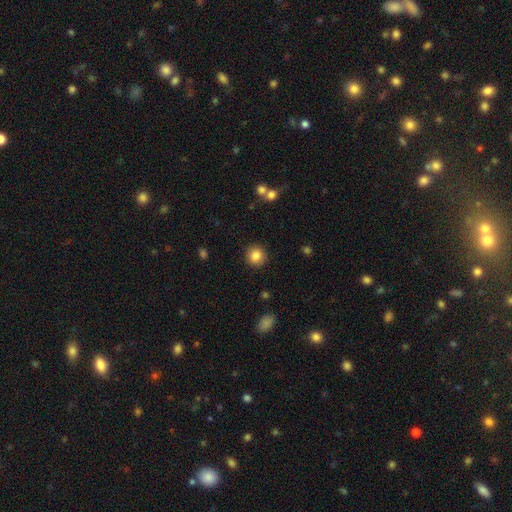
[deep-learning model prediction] This is clearly a smooth galaxy (85%). How rounded: clearly round (92%). Merging: clearly none (91%).